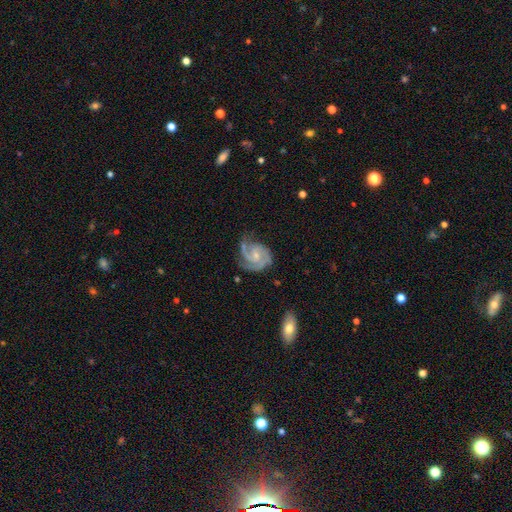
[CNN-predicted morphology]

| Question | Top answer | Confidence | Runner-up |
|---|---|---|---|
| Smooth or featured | featured or disk | 90% | smooth (6%) |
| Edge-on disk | no | 98% | yes (2%) |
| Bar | no | 59% | weak (35%) |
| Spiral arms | yes | 98% | no (2%) |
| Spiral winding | tight | 49% | medium (42%) |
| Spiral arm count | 2 | 42% | 3 (39%) |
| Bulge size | small | 61% | moderate (32%) |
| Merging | none | 60% | minor disturbance (24%) |